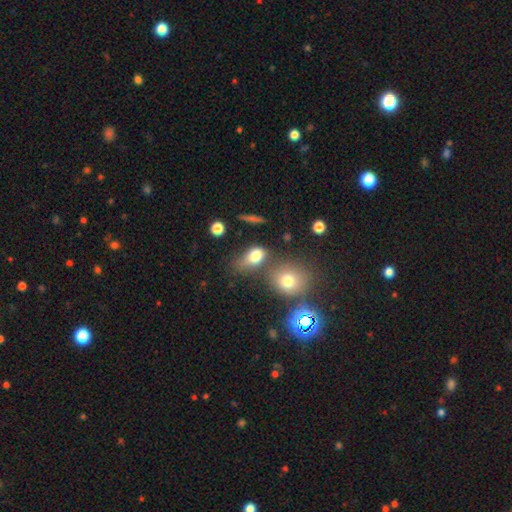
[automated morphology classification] Q: Smooth or featured?
A: smooth (74%); runner-up: star or artifact (14%)
Q: How rounded?
A: in between (71%); runner-up: round (25%)
Q: Merging?
A: none (40%); runner-up: merger (23%)